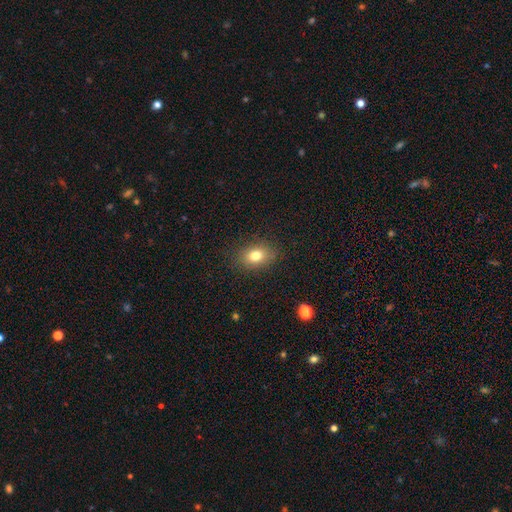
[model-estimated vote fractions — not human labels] Smooth or featured? Predicted: smooth (p=0.79). How rounded? Predicted: in between (p=0.72). Merging? Predicted: none (p=0.85).